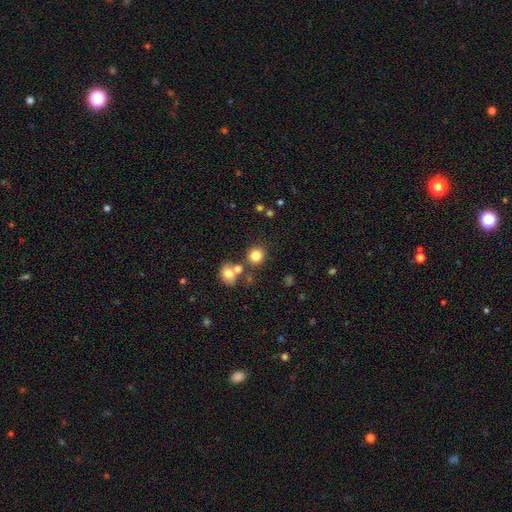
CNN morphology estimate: type=smooth (80%); roundness=round (87%); merging=none (68%).